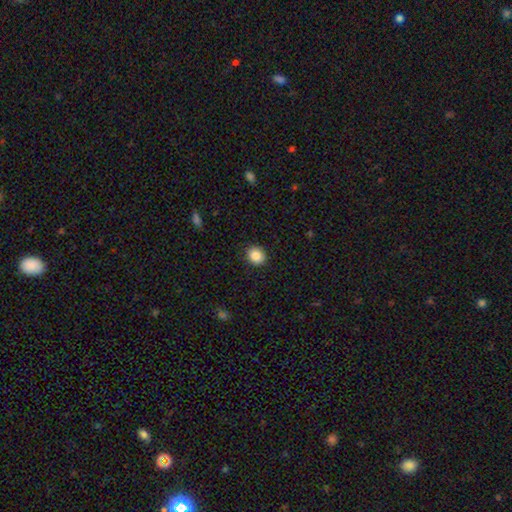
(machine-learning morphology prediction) This appears to be a smooth galaxy with no disk features (86%) that is round (75%). Merging: none (91%).